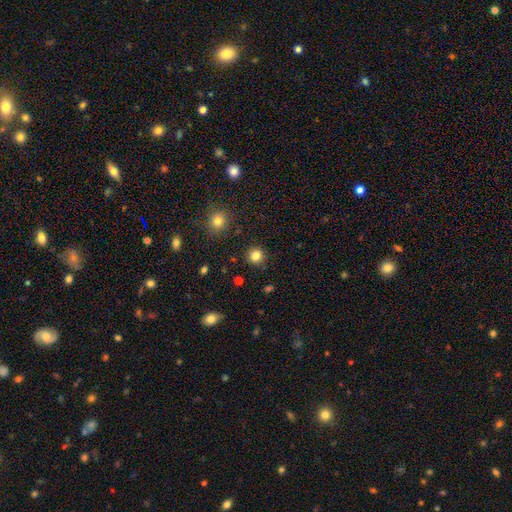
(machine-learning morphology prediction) A smooth galaxy with no disk features (83%) that is round (92%).

Vote fractions:
- Smooth or featured? smooth: 83% / star or artifact: 12% / featured or disk: 5%
- How rounded? round: 92% / in between: 7% / cigar-shaped: 1%
- Merging? none: 90% / minor disturbance: 6% / major disturbance: 2% / merger: 1%